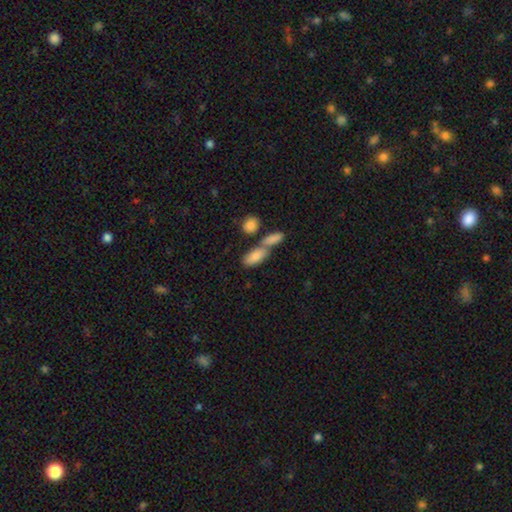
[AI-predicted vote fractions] Smooth or featured? smooth (80%)
How rounded? in between (83%)
Merging? merger (46%)